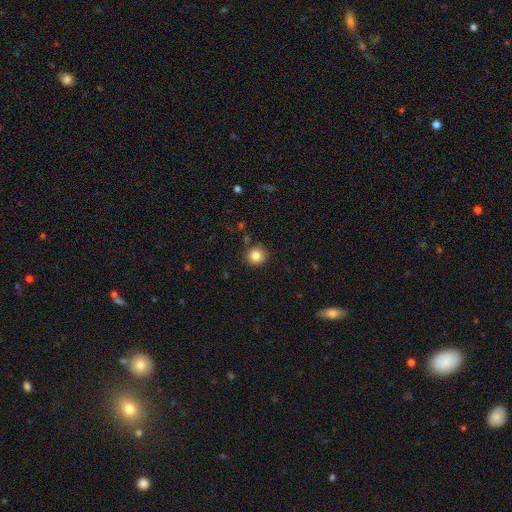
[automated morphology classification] Smooth or featured? Predicted: smooth (p=0.84). How rounded? Predicted: round (p=0.90). Merging? Predicted: none (p=0.86).